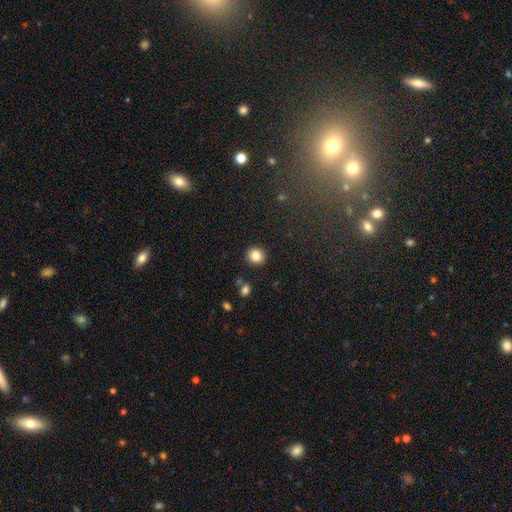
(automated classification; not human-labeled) Smooth or featured? smooth (84%)
How rounded? round (89%)
Merging? none (90%)